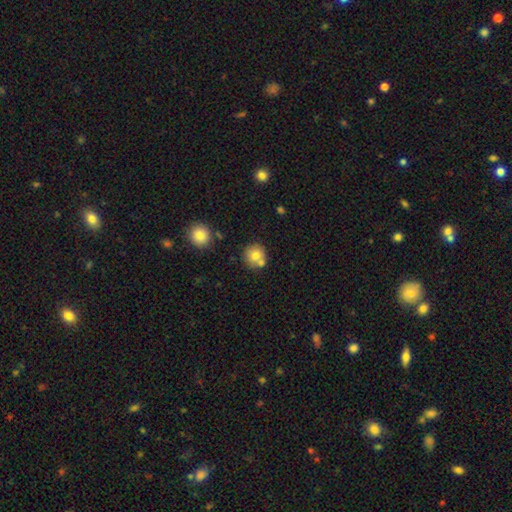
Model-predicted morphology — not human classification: This is likely a smooth galaxy (76%). How rounded: clearly round (90%). Merging: likely none (63%).